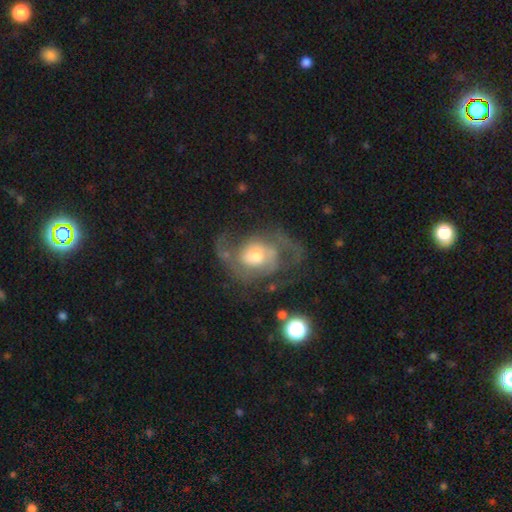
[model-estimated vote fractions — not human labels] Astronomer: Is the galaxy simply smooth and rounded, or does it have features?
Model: featured or disk — 76%.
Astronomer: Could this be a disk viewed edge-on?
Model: no — 97%.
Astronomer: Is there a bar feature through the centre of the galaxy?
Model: no — 68%.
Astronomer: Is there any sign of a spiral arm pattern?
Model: yes — 83%.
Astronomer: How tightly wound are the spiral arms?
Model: medium — 47% (runner-up: loose, 32%).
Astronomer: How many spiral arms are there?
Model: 2 — 64%.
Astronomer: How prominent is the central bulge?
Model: moderate — 59%.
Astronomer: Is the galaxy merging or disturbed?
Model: none — 45% (runner-up: major disturbance, 32%).